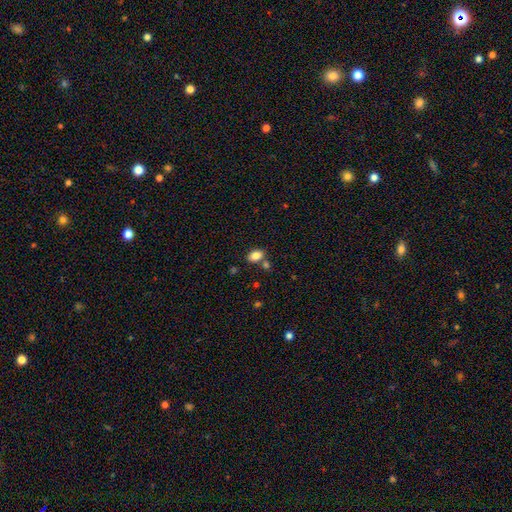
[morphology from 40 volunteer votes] Smooth or featured? smooth (85%)
How rounded? in between (88%)
Merging? none (61%)